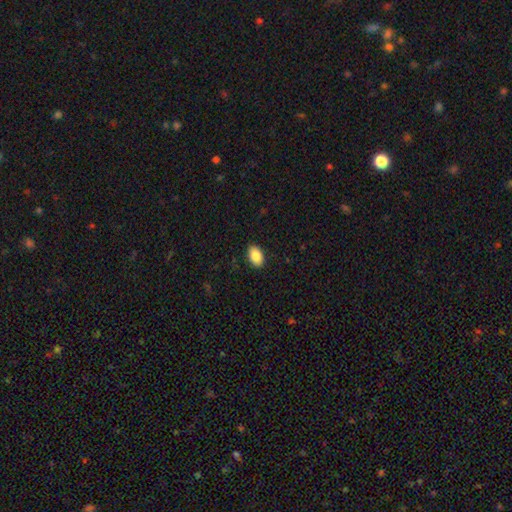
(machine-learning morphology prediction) The model was most divided on "smooth or featured": smooth: 88%, star or artifact: 7%, featured or disk: 5%. More confident: how rounded — in between (91%); merging — none (89%).